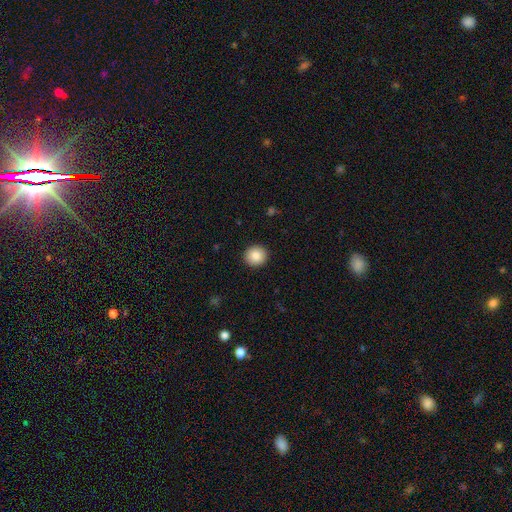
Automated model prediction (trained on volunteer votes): Morphology: type=smooth (86%); roundness=round (92%); merging=none (92%).